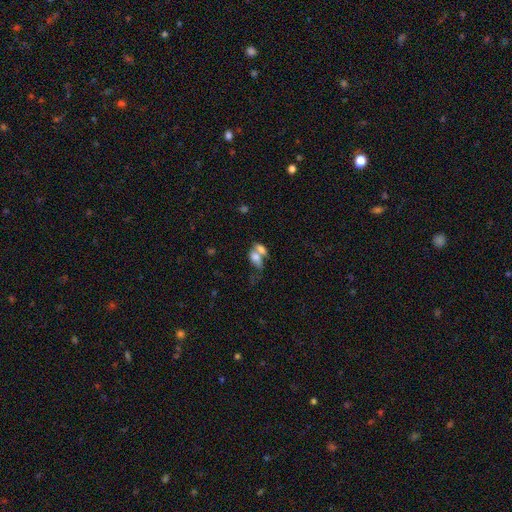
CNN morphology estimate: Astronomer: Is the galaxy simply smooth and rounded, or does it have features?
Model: smooth — 70%.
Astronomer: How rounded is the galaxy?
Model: in between — 84%.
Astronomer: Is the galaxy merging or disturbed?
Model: merger — 67%.